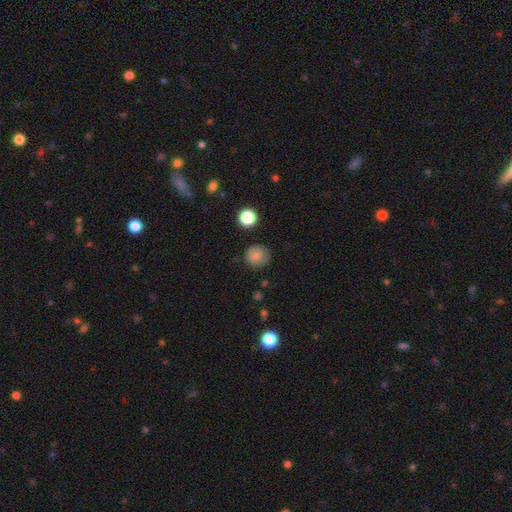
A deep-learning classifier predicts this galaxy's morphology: smooth 79%, star or artifact 11%, featured or disk 10%. Down the decision tree: how rounded — round (90%); merging — none (76%).